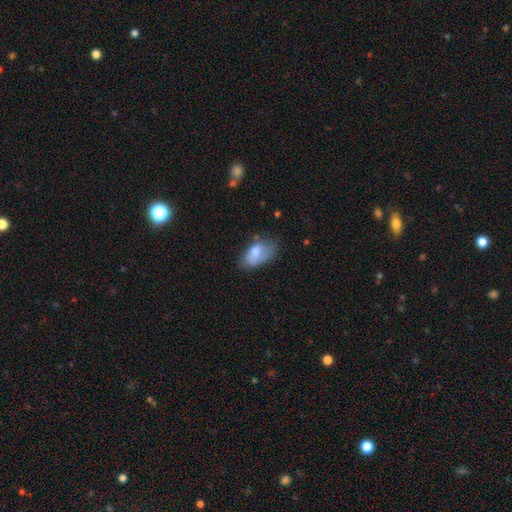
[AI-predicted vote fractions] smooth-or-featured: smooth: 74% | featured or disk: 18% | star or artifact: 8%
  how-rounded: in between: 92% | round: 5% | cigar-shaped: 3%
  merging: none: 44% | minor disturbance: 35% | major disturbance: 16% | merger: 6%